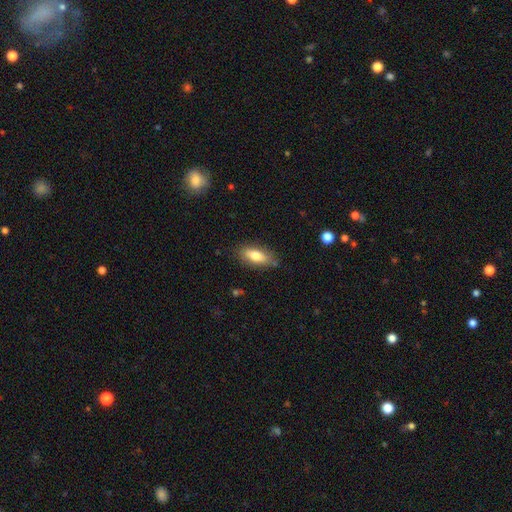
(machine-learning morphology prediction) smooth 75%, featured or disk 18%, star or artifact 7%. Down the decision tree: how rounded — in between (78%); merging — none (79%).